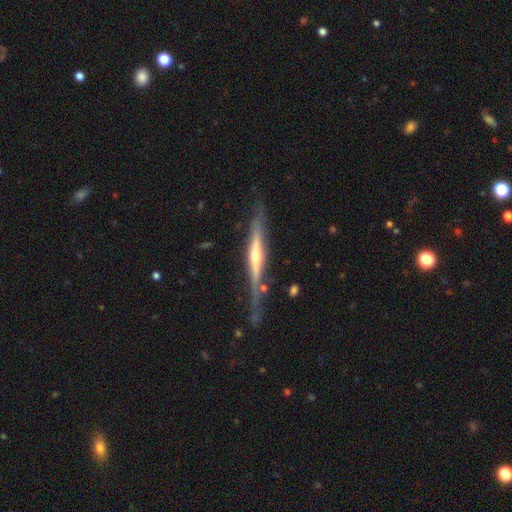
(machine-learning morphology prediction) Overall: featured or disk (78%). Edge-on disk: yes (96%). Edge-on bulge: rounded (72%). Merging: none (72%).